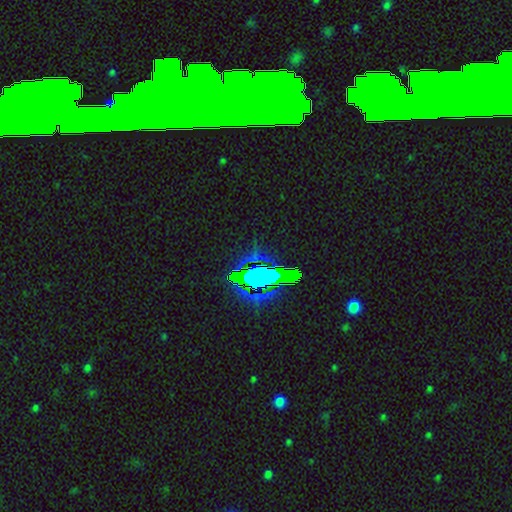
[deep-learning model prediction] smooth_or_featured: star or artifact (p=0.62) [alt: featured or disk p=0.23]